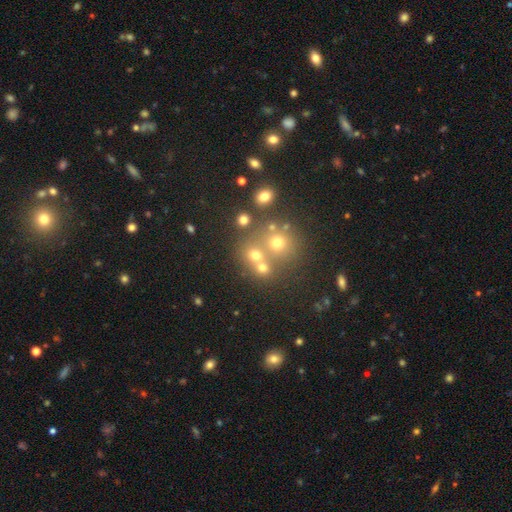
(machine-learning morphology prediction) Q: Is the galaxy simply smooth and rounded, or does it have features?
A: smooth — 63%.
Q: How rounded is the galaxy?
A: round — 78%.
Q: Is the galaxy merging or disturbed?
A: none — 52%.